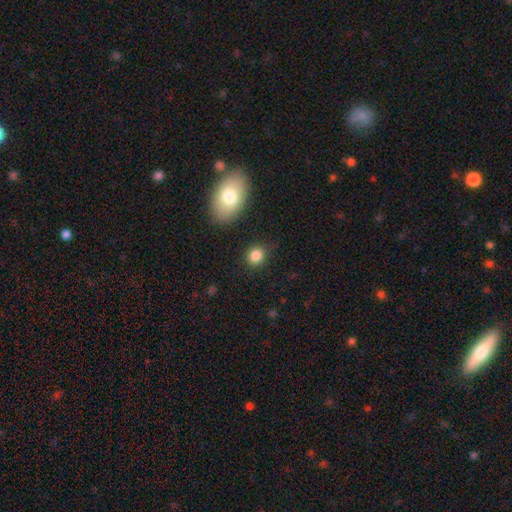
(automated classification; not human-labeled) This is clearly a smooth galaxy (84%). How rounded: likely round (72%). Merging: clearly none (83%).